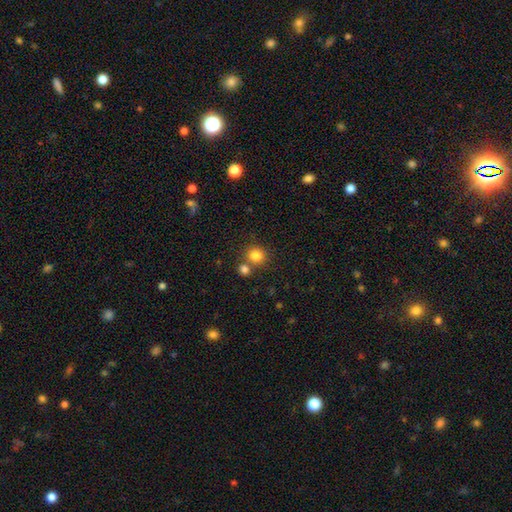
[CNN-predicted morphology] Q: Smooth or featured?
A: smooth (83%); runner-up: star or artifact (12%)
Q: How rounded?
A: round (88%); runner-up: in between (11%)
Q: Merging?
A: none (67%); runner-up: merger (22%)